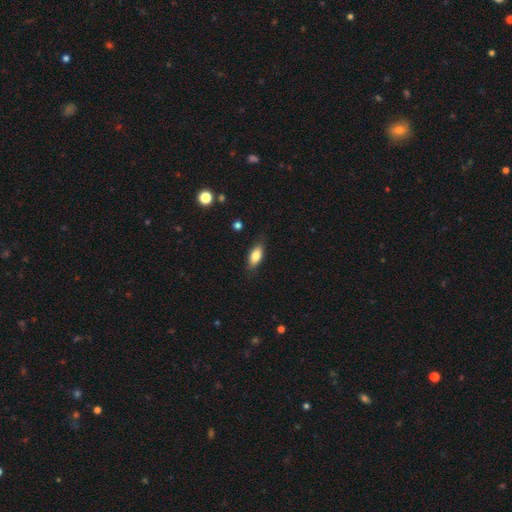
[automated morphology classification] Smooth or featured? smooth (79%)
How rounded? in between (81%)
Merging? none (83%)